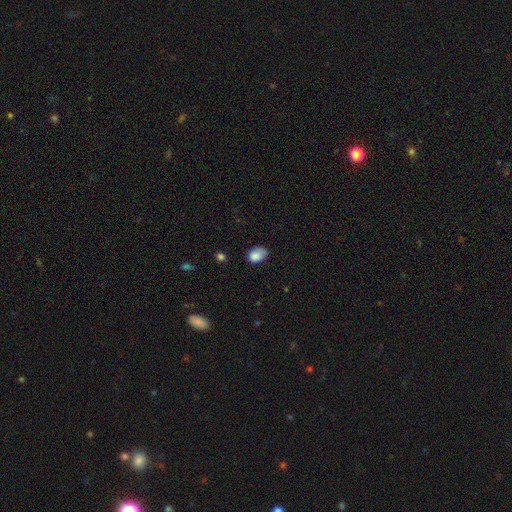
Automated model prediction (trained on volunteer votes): Smooth or featured? Predicted: smooth (p=0.84). How rounded? Predicted: in between (p=0.82). Merging? Predicted: none (p=0.54).